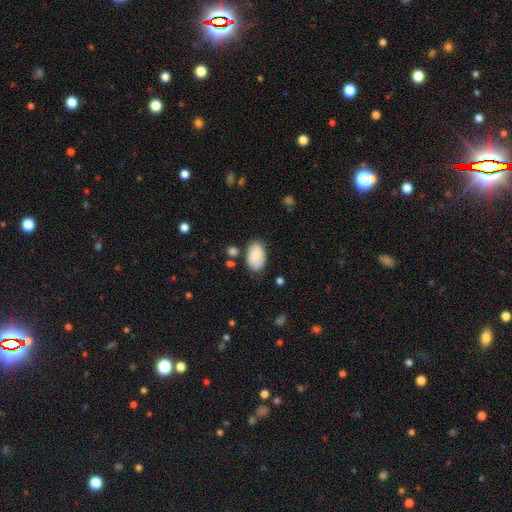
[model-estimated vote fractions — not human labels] This is clearly a smooth galaxy (80%). How rounded: clearly in between (93%). Merging: likely none (72%).